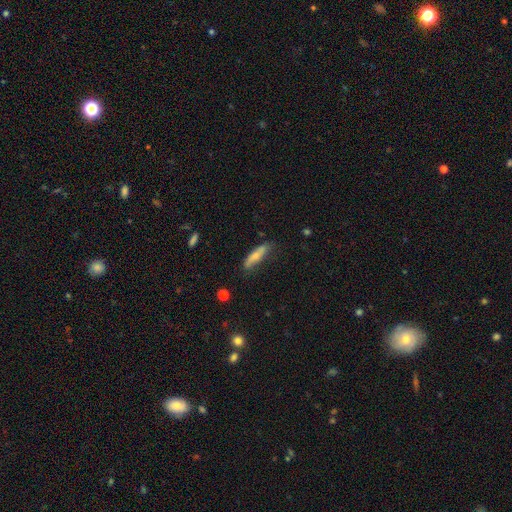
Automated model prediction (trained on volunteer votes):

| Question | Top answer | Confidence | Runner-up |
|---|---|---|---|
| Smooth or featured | smooth | 67% | featured or disk (27%) |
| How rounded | cigar-shaped | 68% | in between (30%) |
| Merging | none | 64% | minor disturbance (27%) |